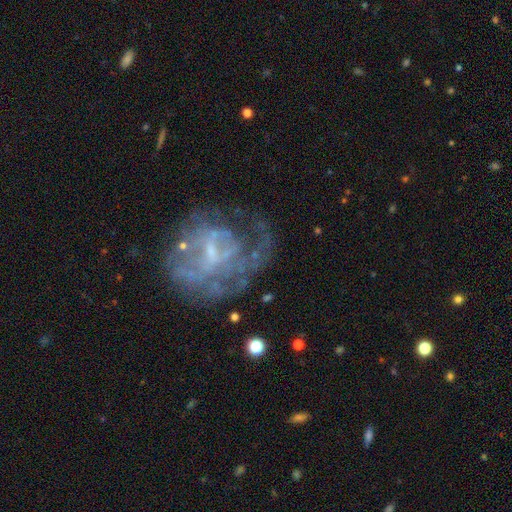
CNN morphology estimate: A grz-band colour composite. It shows a featured or disk galaxy (71%) with no bar (51%), no spiral arms (51%) and a small central bulge (48%). Merging: none (44%).